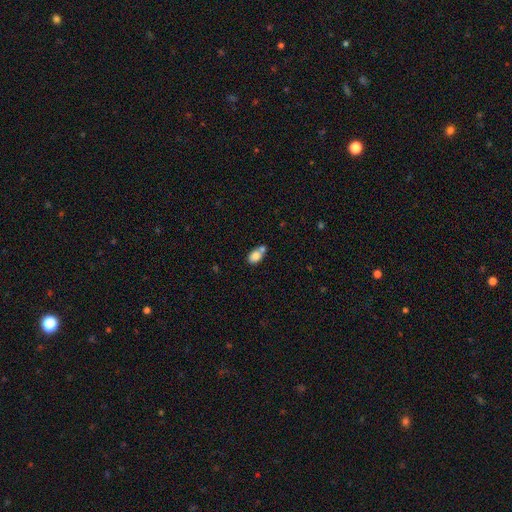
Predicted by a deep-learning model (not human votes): This appears to be a smooth galaxy with no disk features (80%) that is in between round and cigar-shaped (83%). Merging: none (43%).